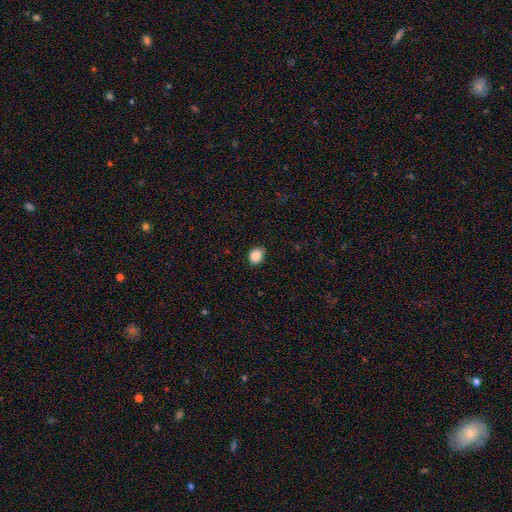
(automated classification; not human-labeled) smooth 88%, star or artifact 9%, featured or disk 3%. Down the decision tree: how rounded — round (58%); merging — none (83%).